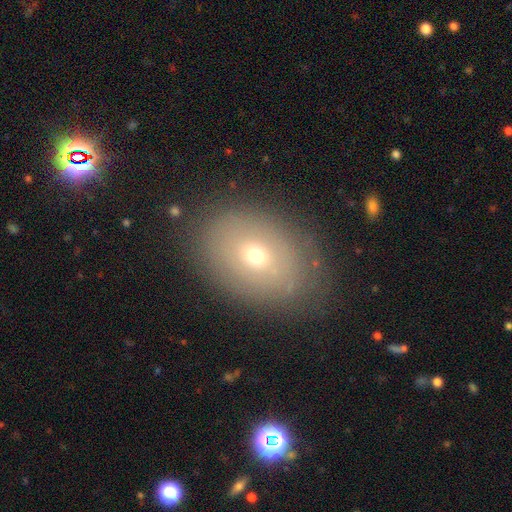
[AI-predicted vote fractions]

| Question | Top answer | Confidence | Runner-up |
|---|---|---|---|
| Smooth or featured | smooth | 54% | featured or disk (33%) |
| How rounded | in between | 70% | round (29%) |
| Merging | none | 78% | minor disturbance (15%) |